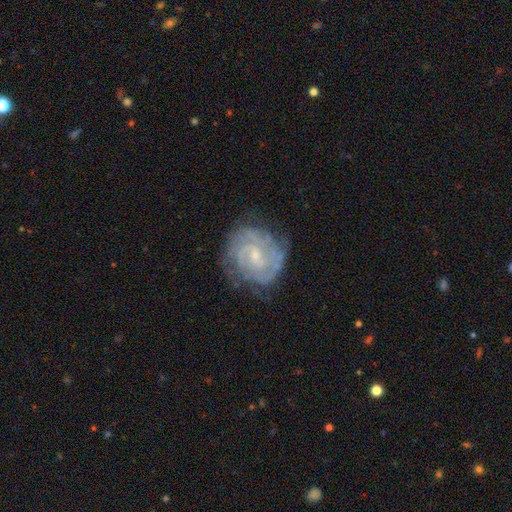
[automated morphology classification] smooth_or_featured: featured or disk (p=0.86) [alt: smooth p=0.08]
disk_edge_on: no (p=0.98) [alt: yes p=0.02]
bar: weak (p=0.46) [alt: no p=0.45]
has_spiral_arms: yes (p=0.96) [alt: no p=0.04]
spiral_winding: tight (p=0.69) [alt: medium p=0.26]
spiral_arm_count: 2 (p=0.40) [alt: can't tell p=0.25]
bulge_size: small (p=0.70) [alt: moderate p=0.23]
merging: none (p=0.74) [alt: minor disturbance p=0.18]